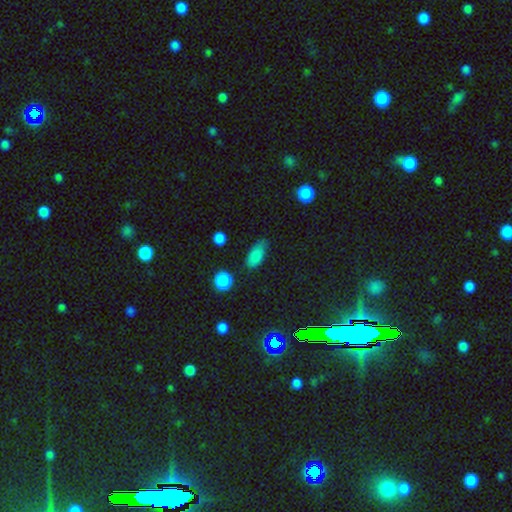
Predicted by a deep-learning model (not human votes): Smooth or featured?
  - smooth: 82% *
  - star or artifact: 10%
  - featured or disk: 8%
How rounded?
  - in between: 87% *
  - cigar-shaped: 7%
  - round: 5%
Merging?
  - none: 66% *
  - minor disturbance: 26%
  - major disturbance: 6%
  - merger: 2%